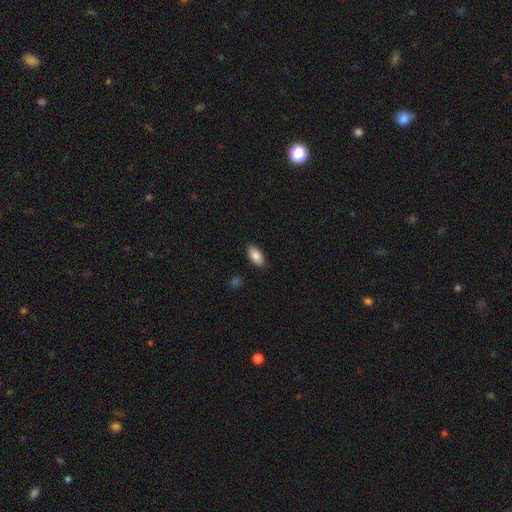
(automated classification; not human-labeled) Smooth or featured? smooth (86%)
How rounded? in between (92%)
Merging? none (86%)